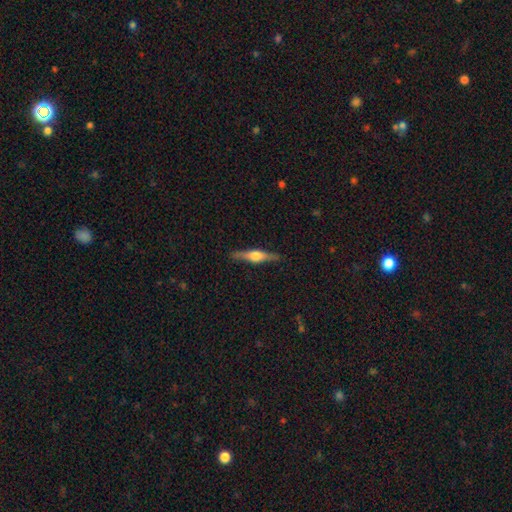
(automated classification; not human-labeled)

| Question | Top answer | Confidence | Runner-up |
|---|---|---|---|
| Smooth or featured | featured or disk | 69% | smooth (25%) |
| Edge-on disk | yes | 97% | no (3%) |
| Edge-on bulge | rounded | 91% | boxy (7%) |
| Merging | none | 89% | minor disturbance (8%) |